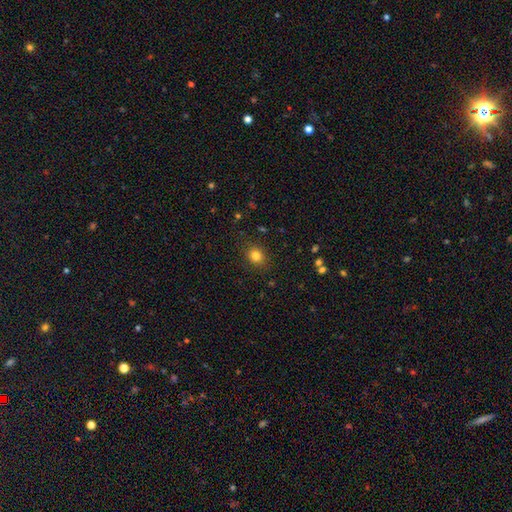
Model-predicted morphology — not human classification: Smooth or featured? Predicted: smooth (p=0.81). How rounded? Predicted: round (p=0.71). Merging? Predicted: none (p=0.87).